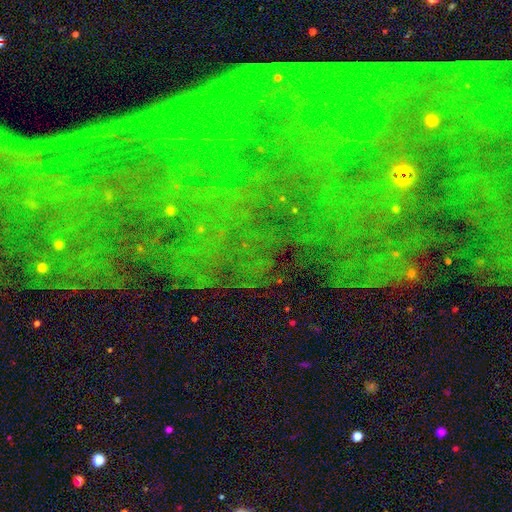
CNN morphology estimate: Smooth or featured? star or artifact (79%)